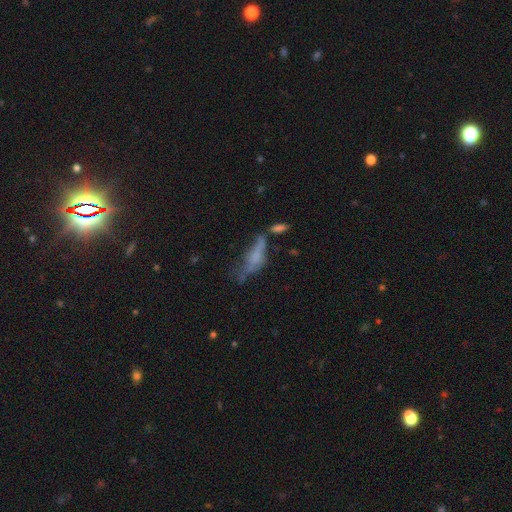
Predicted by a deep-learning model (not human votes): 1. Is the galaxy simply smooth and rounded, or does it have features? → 43% smooth (tied), 43% featured or disk (tied), 14% star or artifact.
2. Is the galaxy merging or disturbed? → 32% none, 26% major disturbance, 23% minor disturbance, 20% merger.